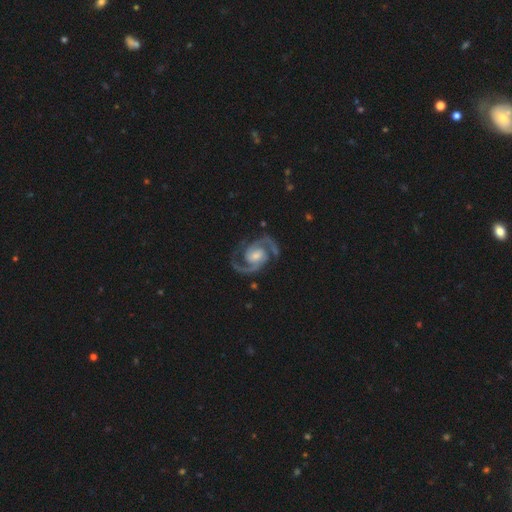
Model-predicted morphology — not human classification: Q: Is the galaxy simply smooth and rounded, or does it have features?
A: featured or disk — 94%.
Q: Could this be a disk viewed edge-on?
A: no — 98%.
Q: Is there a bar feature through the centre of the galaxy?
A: no — 44%.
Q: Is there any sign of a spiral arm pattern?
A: yes — 99%.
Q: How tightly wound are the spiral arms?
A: medium — 65%.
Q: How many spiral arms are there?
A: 2 — 94%.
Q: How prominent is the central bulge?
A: moderate — 52%.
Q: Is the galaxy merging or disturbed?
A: none — 81%.